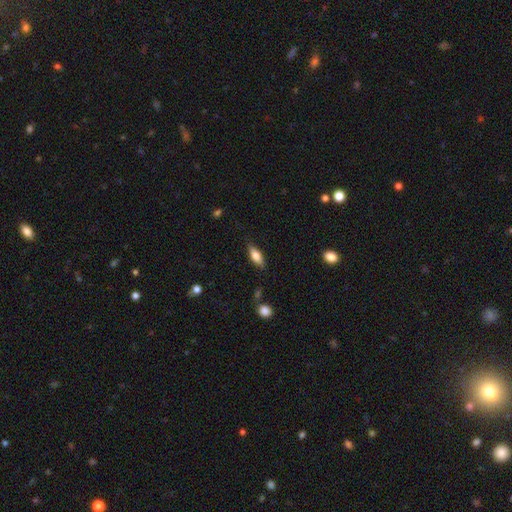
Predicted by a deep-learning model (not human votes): Overall: smooth (66%; featured or disk 27%). How rounded: in between (69%). Merging: none (81%).